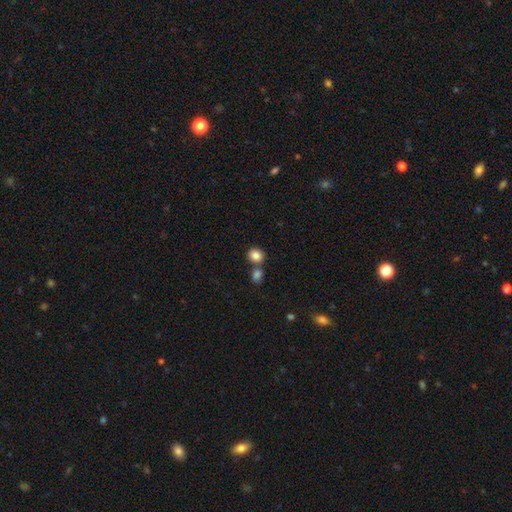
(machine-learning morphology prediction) Smooth or featured?
  - smooth: 85% *
  - star or artifact: 10%
  - featured or disk: 6%
How rounded?
  - round: 72% *
  - in between: 27%
  - cigar-shaped: 1%
Merging?
  - none: 58% *
  - merger: 31%
  - minor disturbance: 8%
  - major disturbance: 3%